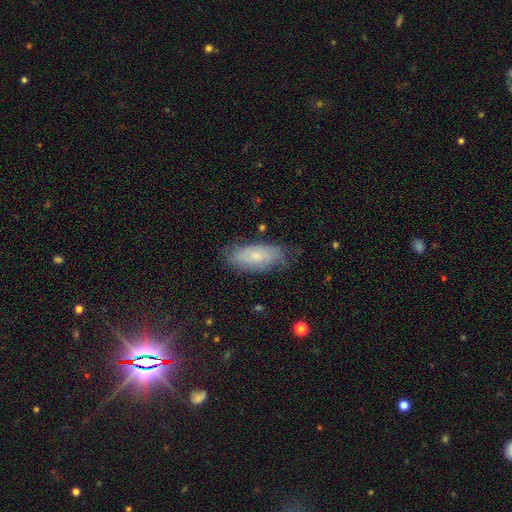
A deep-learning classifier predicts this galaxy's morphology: smooth_or_featured: smooth (p=0.59) [alt: featured or disk p=0.32]
how_rounded: in between (p=0.85) [alt: cigar-shaped p=0.13]
merging: none (p=0.71) [alt: minor disturbance p=0.22]